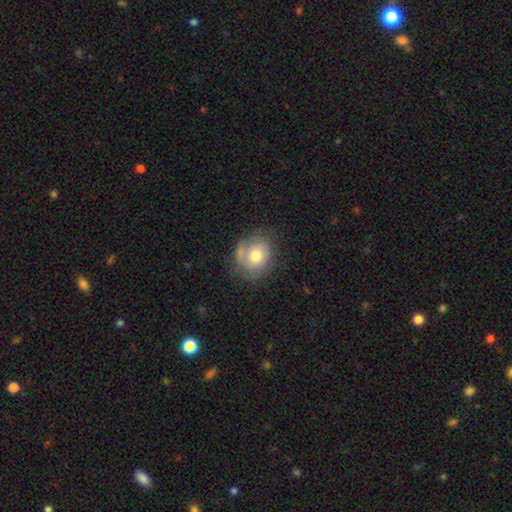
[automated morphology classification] smooth 69%, featured or disk 23%, star or artifact 8%. Down the decision tree: how rounded — round (59%); merging — none (60%).